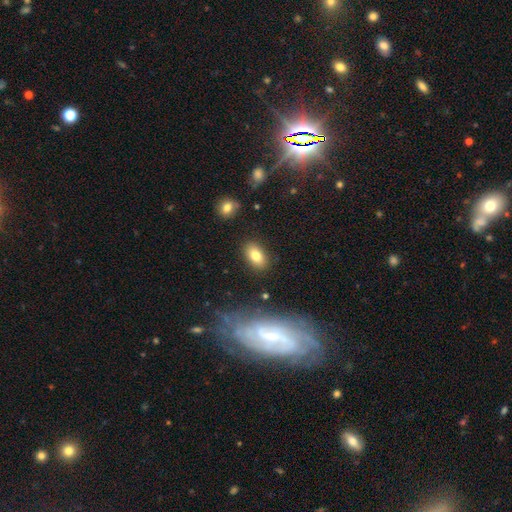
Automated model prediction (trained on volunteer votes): A smooth galaxy with no disk features (80%) that is in between round and cigar-shaped (90%). Merging: none (86%).